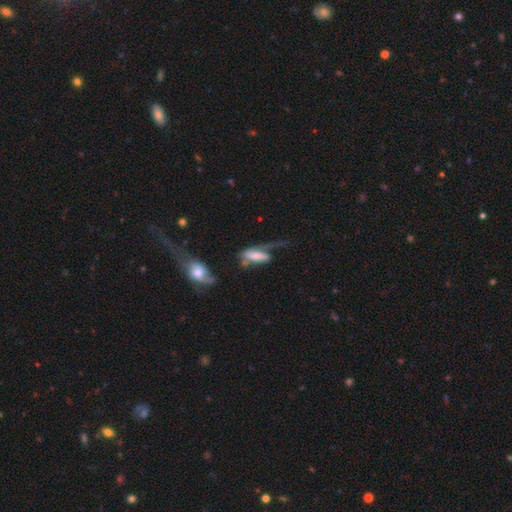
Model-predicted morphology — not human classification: Smooth or featured? smooth (51%)
How rounded? in between (76%)
Merging? major disturbance (47%)